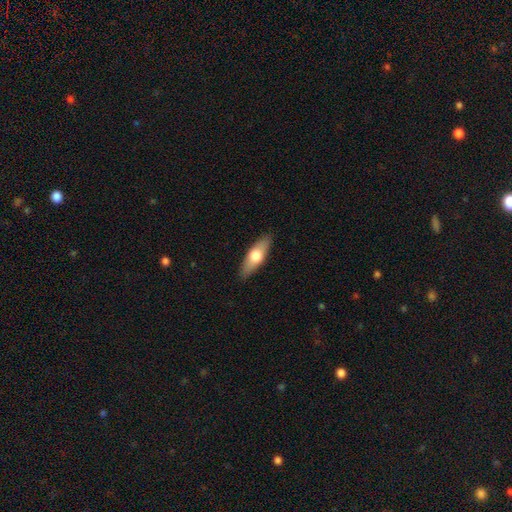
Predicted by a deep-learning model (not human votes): smooth-or-featured: smooth: 60% | featured or disk: 35% | star or artifact: 6%
  how-rounded: in between: 57% | cigar-shaped: 40% | round: 3%
  merging: none: 88% | minor disturbance: 9% | major disturbance: 2% | merger: 1%